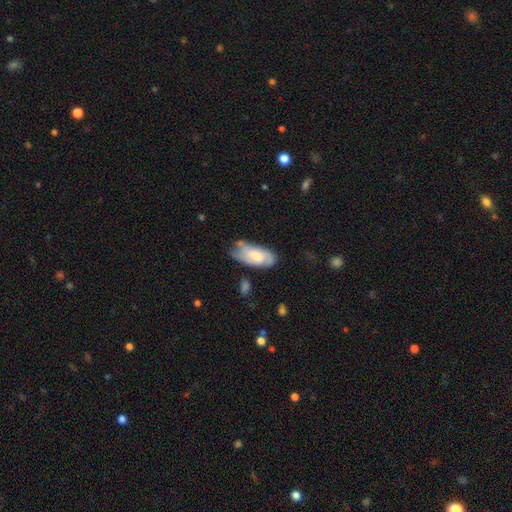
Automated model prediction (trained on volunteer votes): Smooth or featured?
  - smooth: 55% *
  - featured or disk: 38%
  - star or artifact: 7%
How rounded?
  - in between: 89% *
  - cigar-shaped: 9%
  - round: 2%
Merging?
  - none: 50% *
  - minor disturbance: 33%
  - major disturbance: 12%
  - merger: 5%